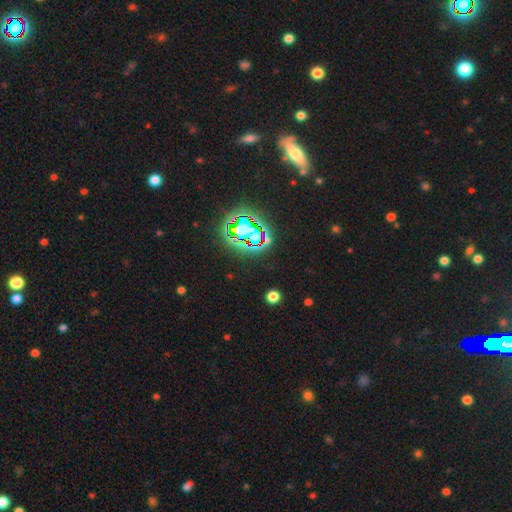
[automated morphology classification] Smooth or featured?
  - star or artifact: 78% *
  - smooth: 13%
  - featured or disk: 9%